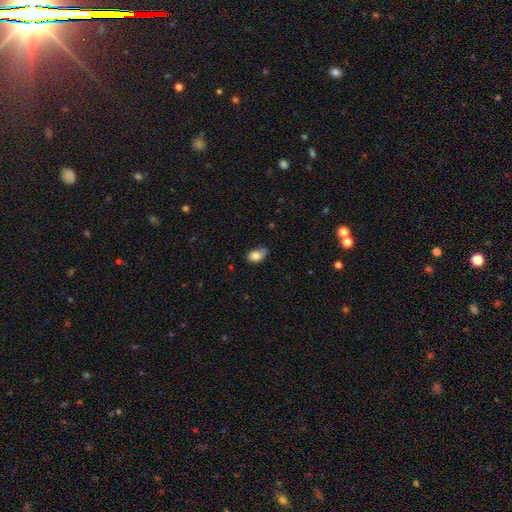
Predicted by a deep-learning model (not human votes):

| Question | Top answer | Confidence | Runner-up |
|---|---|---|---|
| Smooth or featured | smooth | 83% | star or artifact (9%) |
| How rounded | in between | 81% | round (17%) |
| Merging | none | 52% | minor disturbance (37%) |